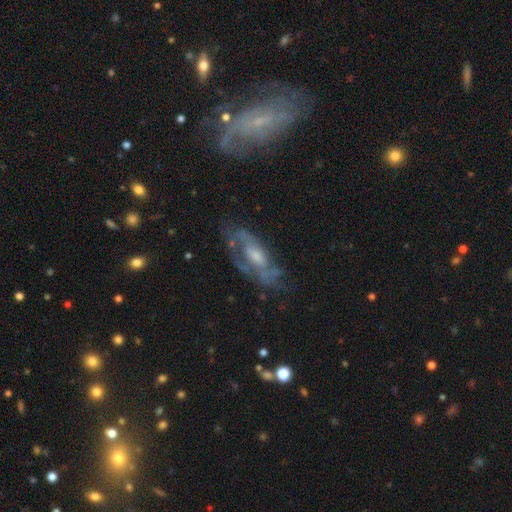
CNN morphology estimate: smooth-or-featured: featured or disk: 72% | smooth: 20% | star or artifact: 9%
  disk-edge-on: no: 83% | yes: 17%
    bar: no: 61% | weak: 31% | strong: 8%
    has-spiral-arms: yes: 68% | no: 32%
    bulge-size: moderate: 47% | small: 36% | none: 9% | large: 7% | dominant: 1%
  merging: none: 55% | minor disturbance: 23% | major disturbance: 18% | merger: 4%